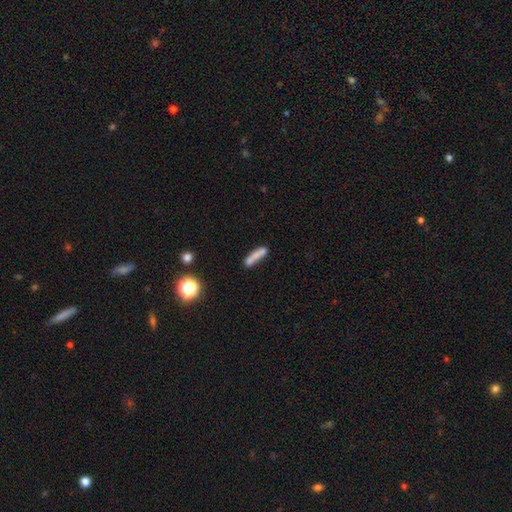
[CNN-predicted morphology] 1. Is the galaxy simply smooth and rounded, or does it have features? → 69% smooth, 20% featured or disk, 11% star or artifact.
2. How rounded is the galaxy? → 77% cigar-shaped, 19% in between, 3% round.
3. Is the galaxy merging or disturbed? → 47% none, 23% merger, 20% minor disturbance, 10% major disturbance.